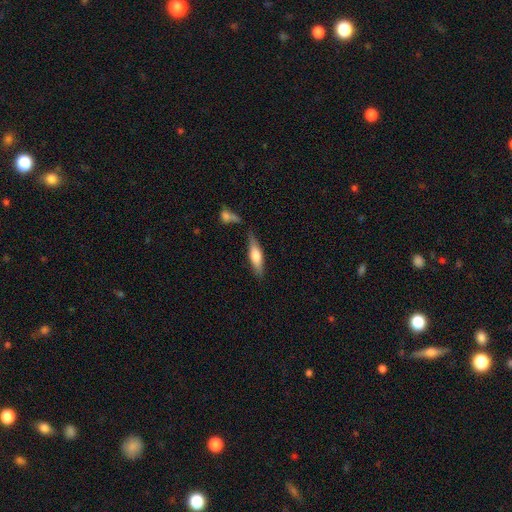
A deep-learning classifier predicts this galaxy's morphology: type=smooth (56%); roundness=cigar-shaped (65%); merging=none (72%).